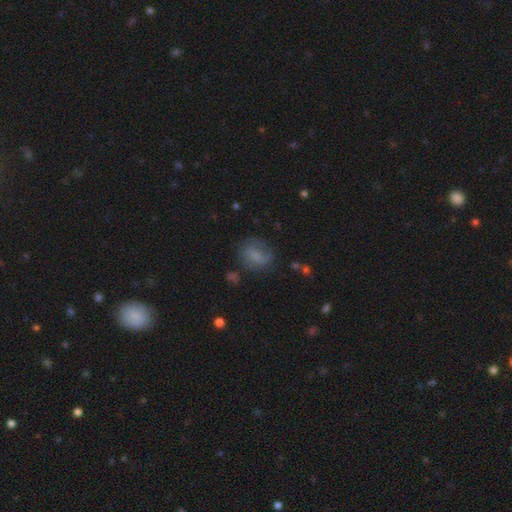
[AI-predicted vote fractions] smooth 63%, featured or disk 25%, star or artifact 11%. Down the decision tree: how rounded — round (55%); merging — none (61%).